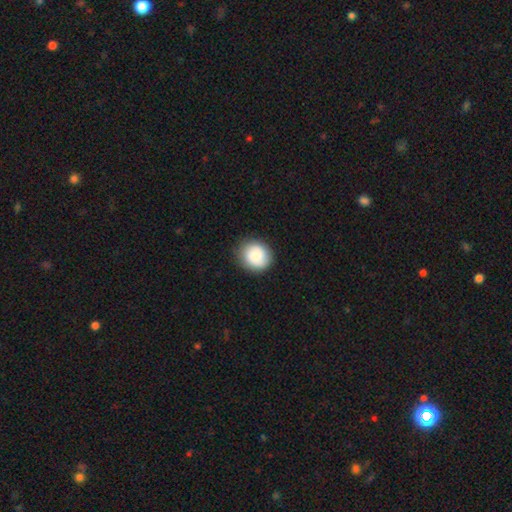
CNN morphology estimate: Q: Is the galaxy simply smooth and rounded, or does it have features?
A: smooth — 83%.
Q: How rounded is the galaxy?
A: round — 85%.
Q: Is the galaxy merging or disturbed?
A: none — 85%.